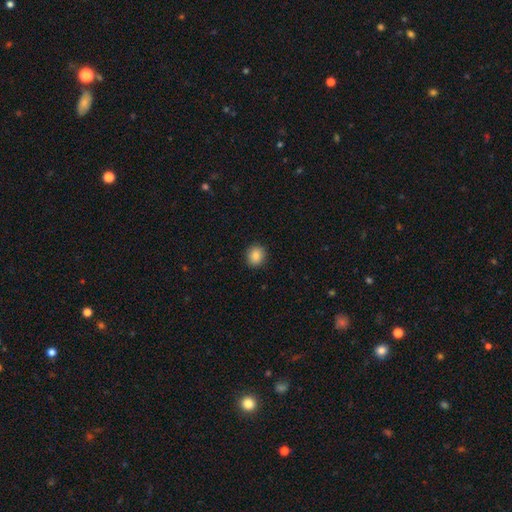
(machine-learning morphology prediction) This appears to be a smooth galaxy with no disk features (87%) that is round (78%). Merging: none (90%).